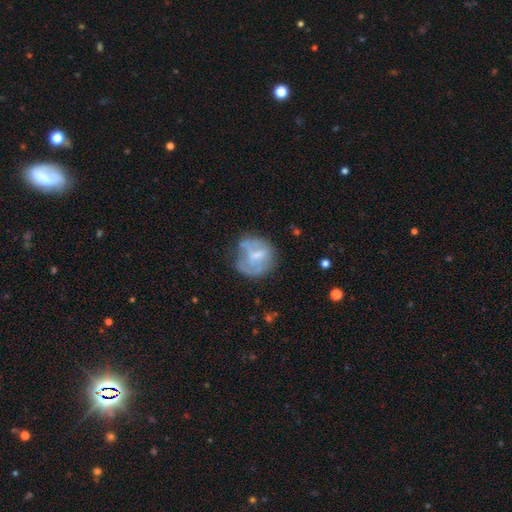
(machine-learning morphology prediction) Overall: featured or disk (50%; smooth 42%). Edge-on disk: no (97%). Merging: none (47%; minor disturbance 27%).